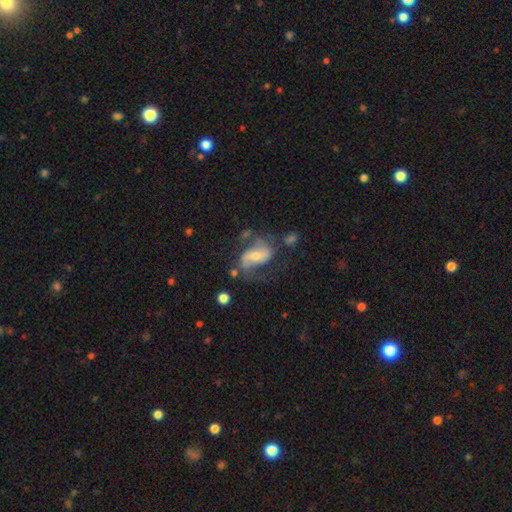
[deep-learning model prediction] This appears to be a featured or disk galaxy (67%) with a weak bar (38%), 2 (80%) loose (47%) spiral arms (83%) and a moderate central bulge (54%). Merging: none (44%).